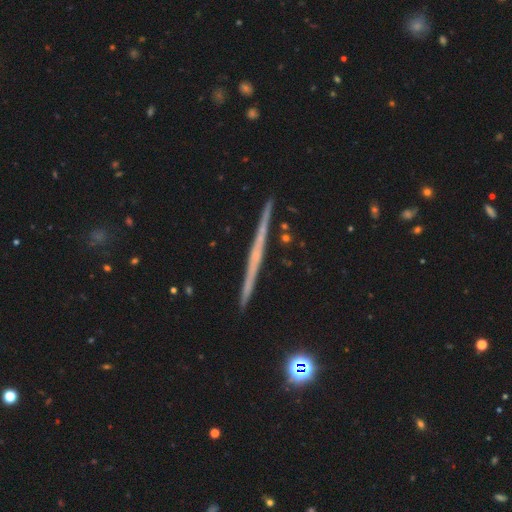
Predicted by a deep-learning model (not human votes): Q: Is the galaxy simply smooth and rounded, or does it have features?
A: featured or disk — 70%.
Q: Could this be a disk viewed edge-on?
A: yes — 98%.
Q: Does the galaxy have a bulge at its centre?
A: none — 79%.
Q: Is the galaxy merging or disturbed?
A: none — 92%.